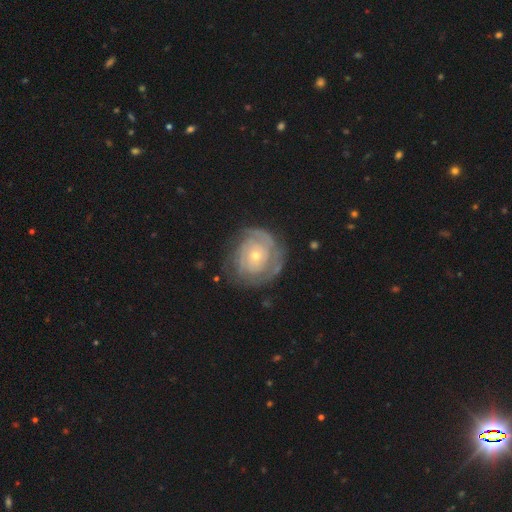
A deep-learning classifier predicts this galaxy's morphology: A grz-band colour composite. It shows a featured or disk galaxy (80%) with no bar (82%), tight (77%) spiral arms (89%) and a small central bulge (62%). Merging: none (73%).